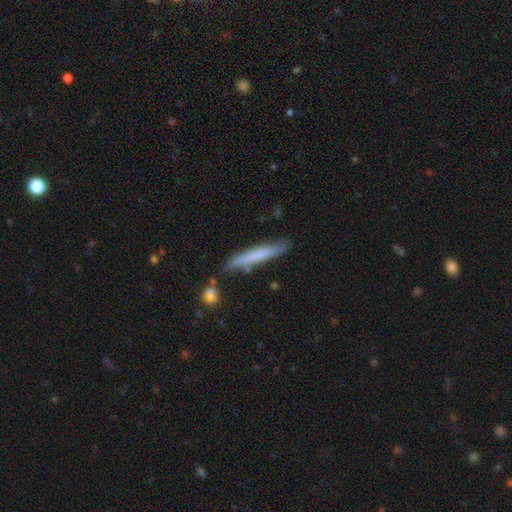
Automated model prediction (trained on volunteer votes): Smooth or featured? smooth (64%)
How rounded? cigar-shaped (95%)
Merging? none (77%)